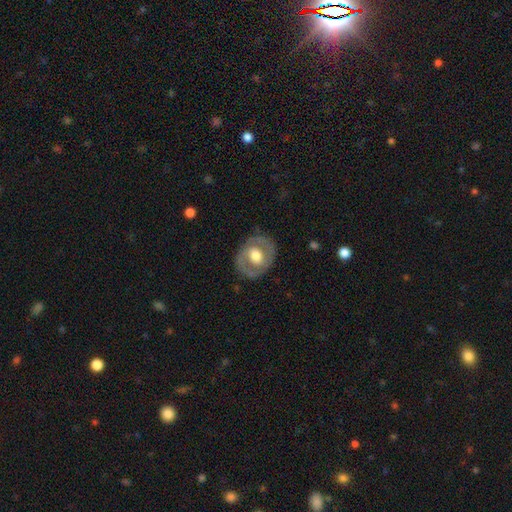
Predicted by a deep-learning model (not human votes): A featured or disk galaxy (57%) with no bar (63%), no spiral arms (63%) and a moderate central bulge (56%).

Vote fractions:
- Smooth or featured? featured or disk: 57% / smooth: 38% / star or artifact: 5%
- Edge-on disk? no: 95% / yes: 5%
- Bar? no: 63% / weak: 28% / strong: 9%
- Spiral arms? no: 63% / yes: 37%
- Bulge size? moderate: 56% / large: 35% / small: 5% / dominant: 2% / none: 1%
- Merging? none: 80% / minor disturbance: 13% / major disturbance: 6% / merger: 1%